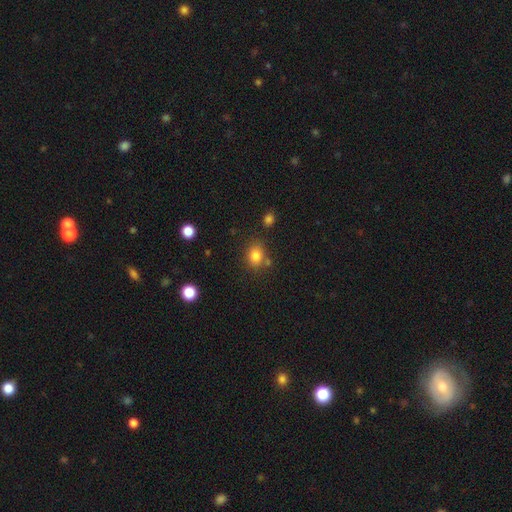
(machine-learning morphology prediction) smooth 82%, star or artifact 12%, featured or disk 6%. Down the decision tree: how rounded — round (60%); merging — none (71%).